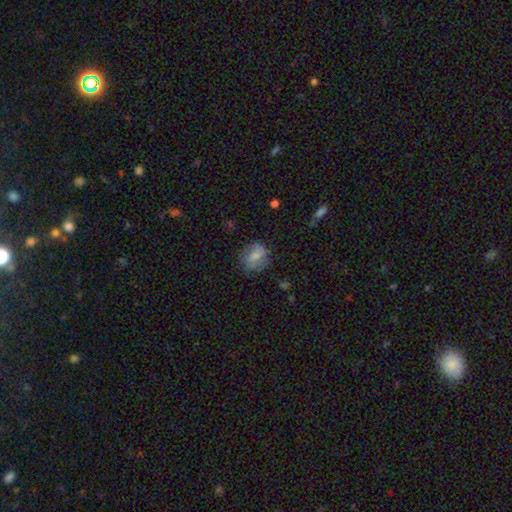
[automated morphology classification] The model was most divided on "smooth or featured": smooth: 61%, featured or disk: 31%, star or artifact: 8%. More confident: merging — none (72%); how rounded — round (65%).